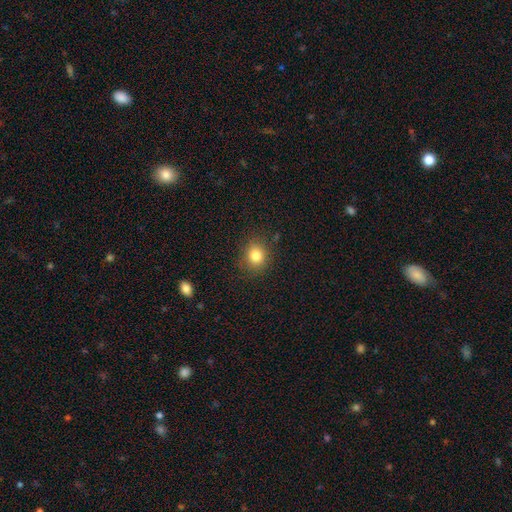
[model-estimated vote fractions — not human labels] smooth_or_featured: smooth (p=0.82) [alt: star or artifact p=0.12]
how_rounded: round (p=0.74) [alt: in between p=0.25]
merging: none (p=0.86) [alt: minor disturbance p=0.09]